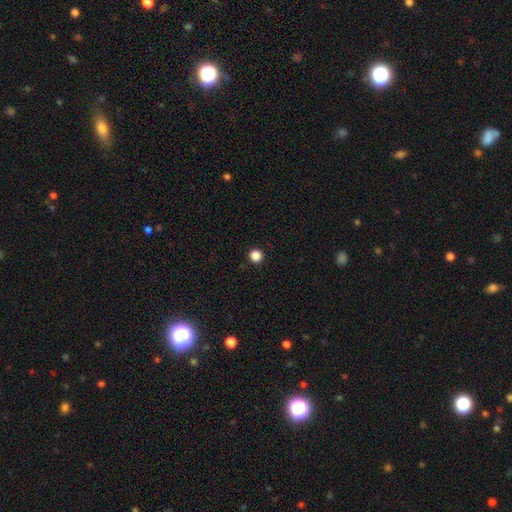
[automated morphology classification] Smooth or featured: smooth — 86% (star or artifact — 12%)
How rounded: round — 96% (in between — 3%)
Merging: none — 93% (minor disturbance — 4%)